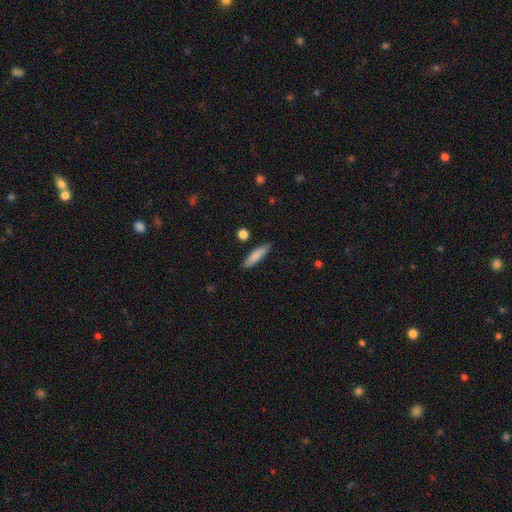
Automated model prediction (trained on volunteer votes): Smooth or featured?
  - smooth: 82% *
  - featured or disk: 12%
  - star or artifact: 6%
How rounded?
  - cigar-shaped: 75% *
  - in between: 23%
  - round: 2%
Merging?
  - none: 85% *
  - minor disturbance: 11%
  - merger: 2%
  - major disturbance: 2%